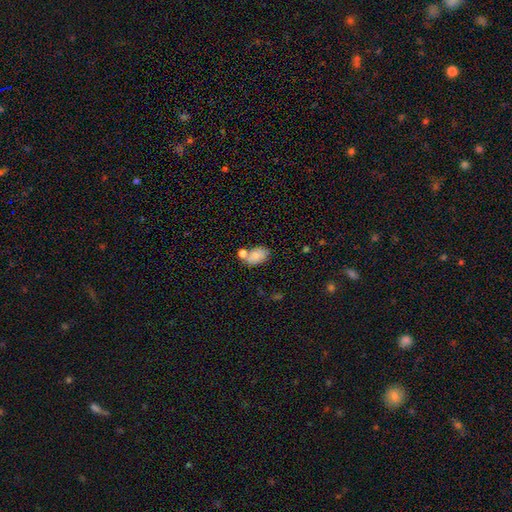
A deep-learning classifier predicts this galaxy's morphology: Smooth or featured? smooth (79%)
How rounded? in between (88%)
Merging? none (53%)